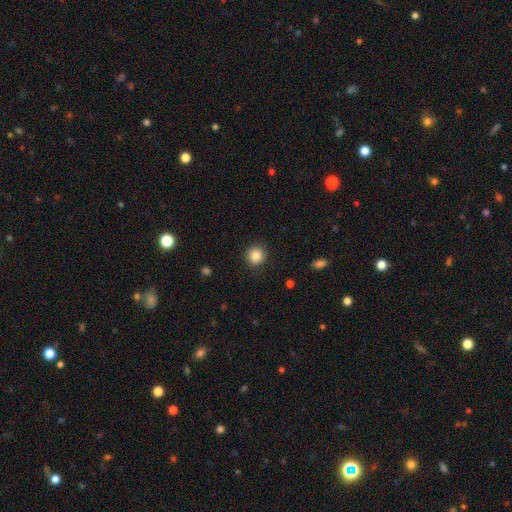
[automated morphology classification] Smooth or featured?
  - smooth: 86% *
  - star or artifact: 10%
  - featured or disk: 4%
How rounded?
  - round: 92% *
  - in between: 7%
  - cigar-shaped: 1%
Merging?
  - none: 90% *
  - minor disturbance: 7%
  - major disturbance: 2%
  - merger: 1%